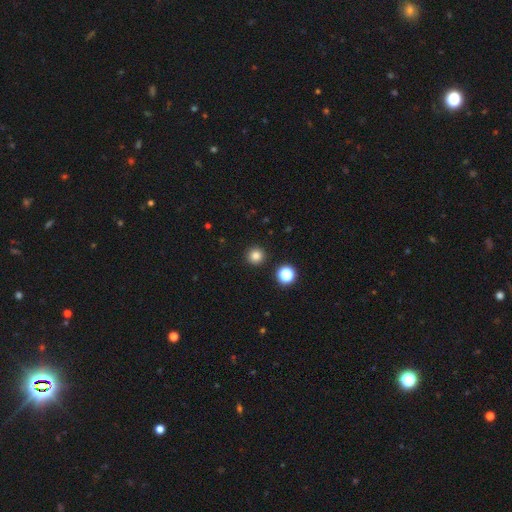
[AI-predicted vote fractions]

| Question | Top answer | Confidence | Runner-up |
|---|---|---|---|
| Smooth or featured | smooth | 82% | star or artifact (13%) |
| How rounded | round | 95% | in between (4%) |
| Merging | none | 92% | minor disturbance (5%) |